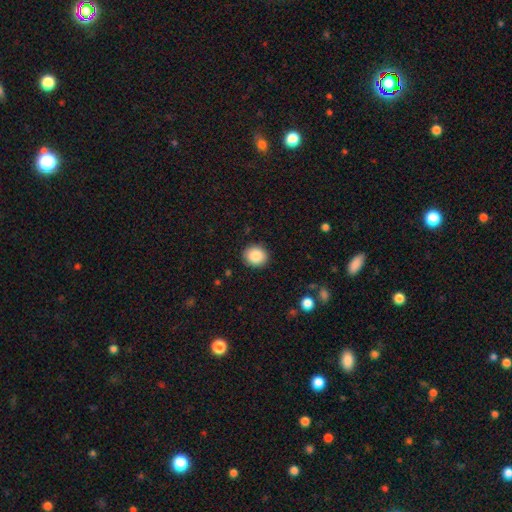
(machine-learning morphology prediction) This appears to be a smooth galaxy with no disk features (87%) that is round (76%). Merging: none (90%).